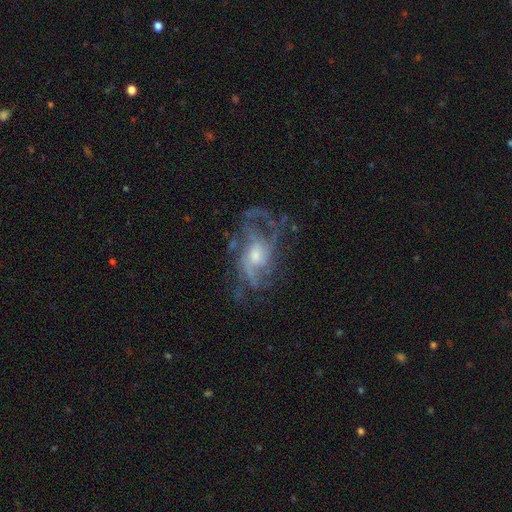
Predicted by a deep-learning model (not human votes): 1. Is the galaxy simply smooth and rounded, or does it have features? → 82% featured or disk, 10% smooth, 8% star or artifact.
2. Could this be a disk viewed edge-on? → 96% no, 4% yes.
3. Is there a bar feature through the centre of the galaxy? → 66% no, 29% weak, 5% strong.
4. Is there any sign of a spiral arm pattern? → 84% yes, 16% no.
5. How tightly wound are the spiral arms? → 42% medium, 38% loose, 20% tight.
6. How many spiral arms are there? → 32% can't tell, 24% 2, 20% 3, 11% 4, 7% 1, 6% more than 4.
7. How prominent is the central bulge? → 48% moderate, 42% small, 6% large, 4% none, 1% dominant.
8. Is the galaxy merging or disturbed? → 49% none, 30% major disturbance, 18% minor disturbance, 3% merger.